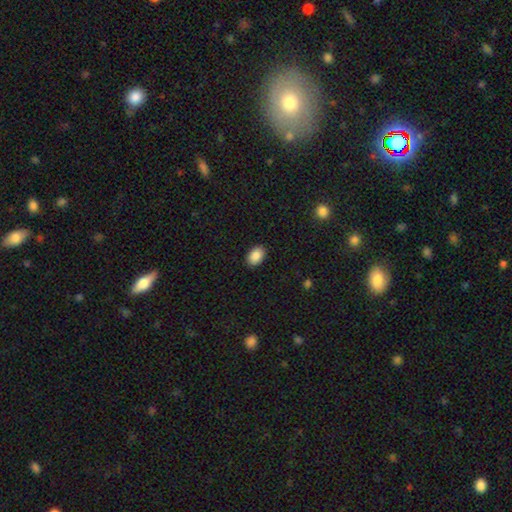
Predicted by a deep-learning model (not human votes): A smooth galaxy with no disk features (89%) that is in between round and cigar-shaped (85%). Merging: none (90%).